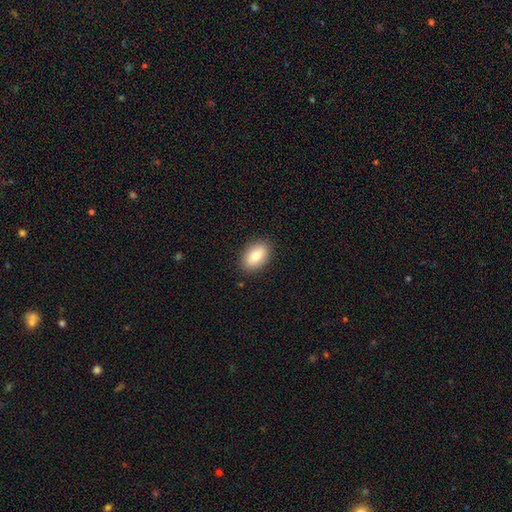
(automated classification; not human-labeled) Smooth or featured? Predicted: smooth (p=0.81). How rounded? Predicted: in between (p=0.90). Merging? Predicted: none (p=0.88).